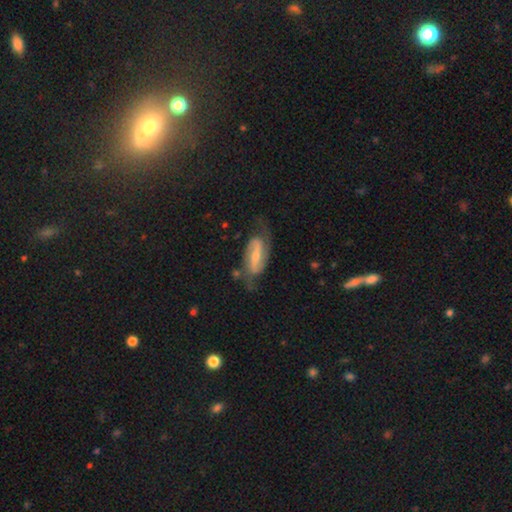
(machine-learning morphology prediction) featured or disk 79%, smooth 15%, star or artifact 6%. Down the decision tree: edge-on disk — no (93%); bar — strong (46%); spiral arms — yes (94%); spiral arm count — 2 (88%); spiral winding — medium (44%); bulge size — small (51%); merging — none (65%).